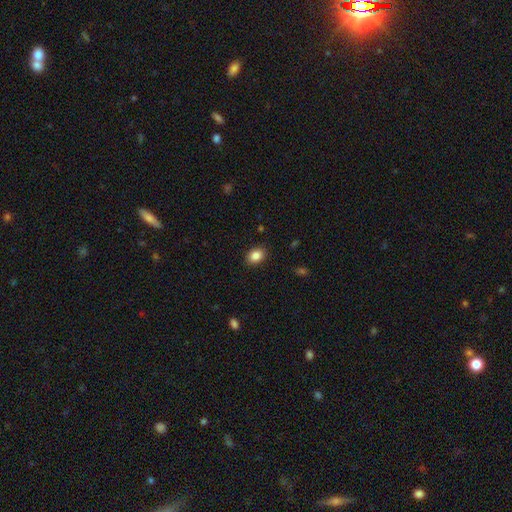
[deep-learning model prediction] The model was most divided on "how rounded": in between: 69%, round: 30%, cigar-shaped: 1%. More confident: merging — none (89%); smooth or featured — smooth (86%).